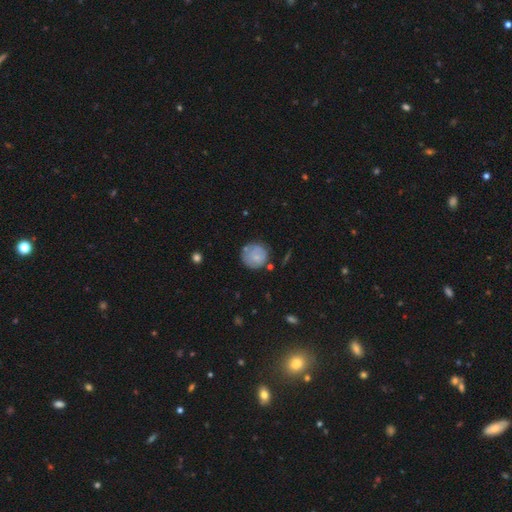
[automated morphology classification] This is likely a smooth galaxy (71%). How rounded: clearly round (92%). Merging: likely none (70%).